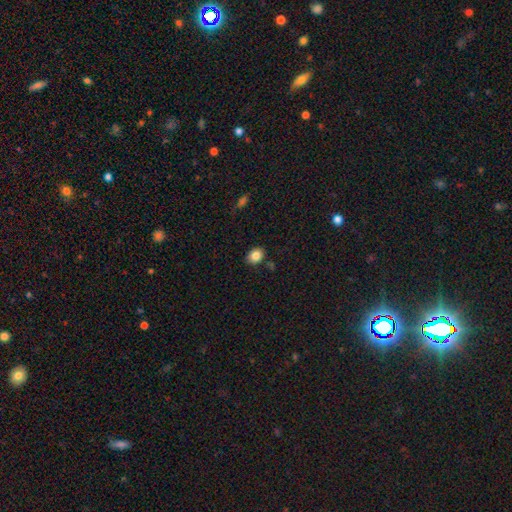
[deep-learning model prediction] smooth 84%, star or artifact 9%, featured or disk 7%. Down the decision tree: how rounded — in between (61%); merging — none (83%).